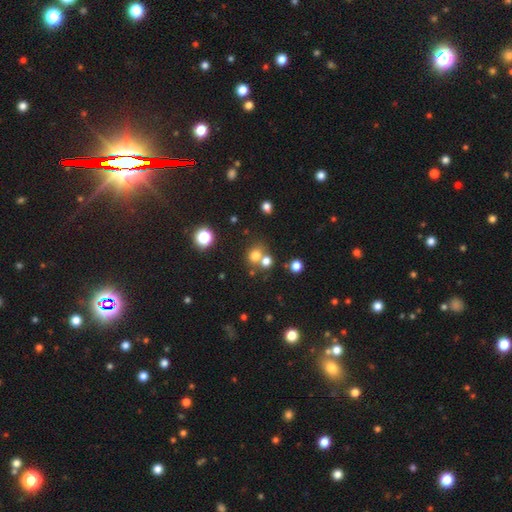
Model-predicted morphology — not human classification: A smooth galaxy with no disk features (73%) that is round (77%).

Vote fractions:
- Smooth or featured? smooth: 73% / star or artifact: 18% / featured or disk: 9%
- How rounded? round: 77% / in between: 22% / cigar-shaped: 1%
- Merging? none: 54% / merger: 33% / minor disturbance: 8% / major disturbance: 4%